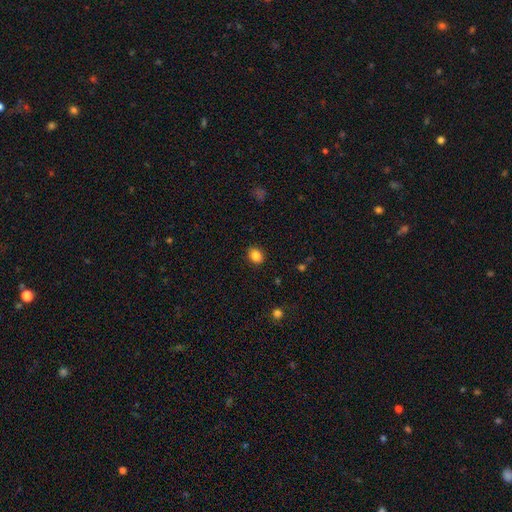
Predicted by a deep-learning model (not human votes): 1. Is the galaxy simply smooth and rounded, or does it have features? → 86% smooth, 10% star or artifact, 4% featured or disk.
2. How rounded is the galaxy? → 52% in between, 47% round, 1% cigar-shaped.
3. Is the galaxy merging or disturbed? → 88% none, 8% minor disturbance, 2% major disturbance, 1% merger.